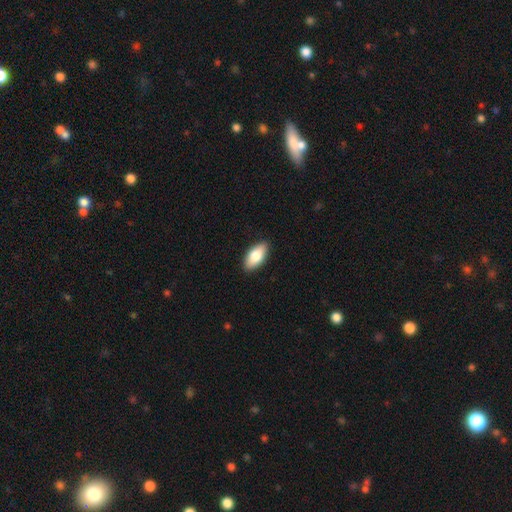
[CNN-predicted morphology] This is likely a smooth galaxy (78%). How rounded: clearly in between (89%). Merging: clearly none (89%).